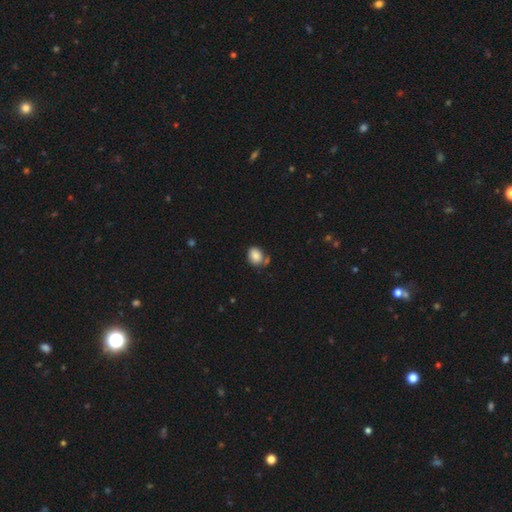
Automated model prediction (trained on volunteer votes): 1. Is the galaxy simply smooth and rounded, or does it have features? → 84% smooth, 9% star or artifact, 7% featured or disk.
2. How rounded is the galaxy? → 51% round, 48% in between, 1% cigar-shaped.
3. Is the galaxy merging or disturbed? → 62% none, 20% minor disturbance, 13% merger, 6% major disturbance.